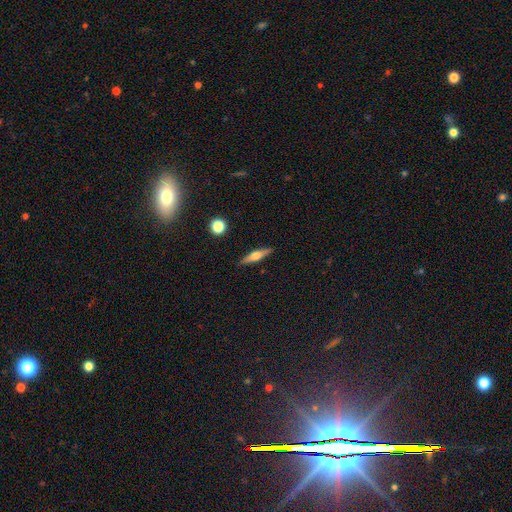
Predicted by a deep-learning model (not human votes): This appears to be a featured or disk galaxy (53%) viewed edge-on (95%) with a rounded central bulge (89%). Merging: none (88%).